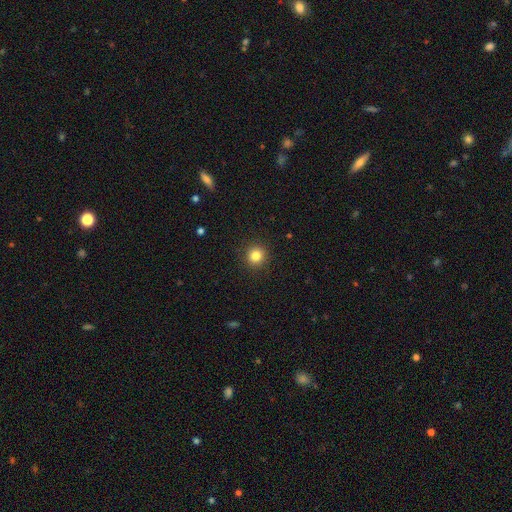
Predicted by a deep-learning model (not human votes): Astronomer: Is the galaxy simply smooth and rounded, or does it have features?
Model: smooth — 83%.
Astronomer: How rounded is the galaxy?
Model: round — 93%.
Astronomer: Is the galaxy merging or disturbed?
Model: none — 92%.